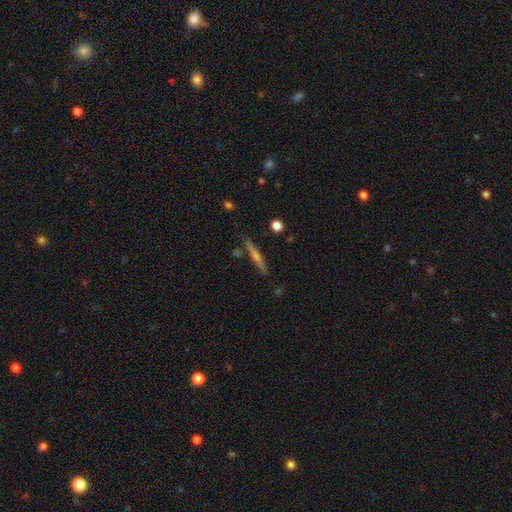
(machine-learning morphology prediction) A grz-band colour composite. It shows a featured or disk galaxy (65%) viewed edge-on (97%) with a rounded central bulge (76%). Merging: none (87%).